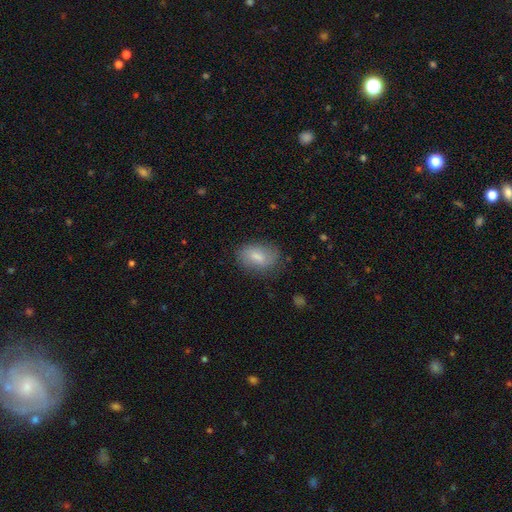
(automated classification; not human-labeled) smooth_or_featured: smooth (p=0.73) [alt: featured or disk p=0.20]
how_rounded: in between (p=0.87) [alt: round p=0.10]
merging: none (p=0.74) [alt: minor disturbance p=0.19]